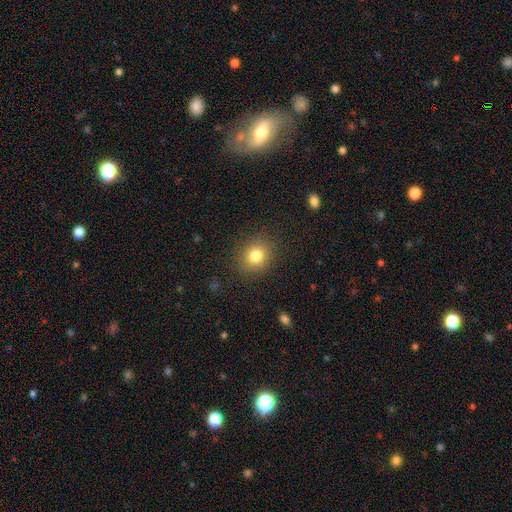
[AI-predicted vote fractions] smooth_or_featured: smooth (p=0.81) [alt: star or artifact p=0.11]
how_rounded: round (p=0.71) [alt: in between p=0.28]
merging: none (p=0.88) [alt: minor disturbance p=0.08]